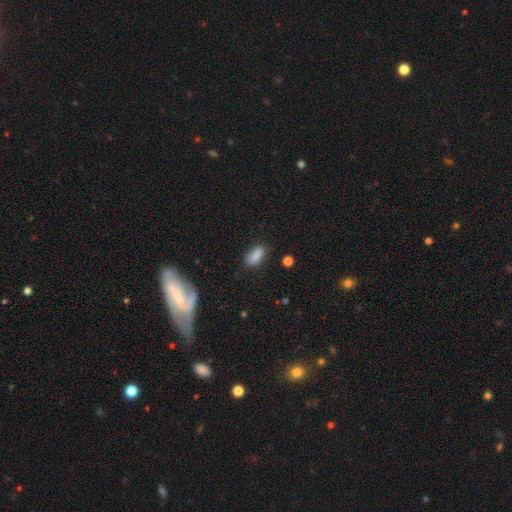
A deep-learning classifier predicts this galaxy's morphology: This is clearly a smooth galaxy (85%). How rounded: clearly in between (81%). Merging: likely none (79%).